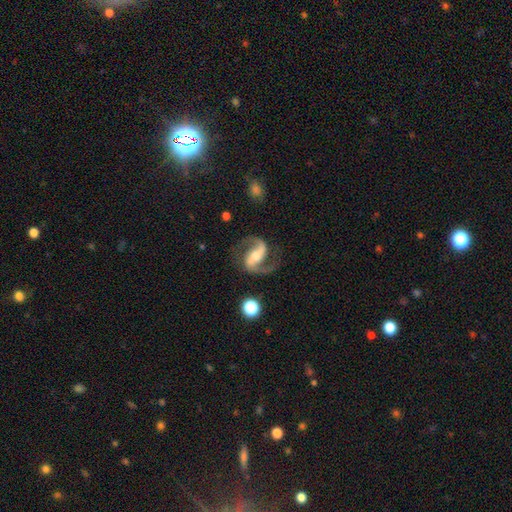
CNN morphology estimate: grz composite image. It shows a featured or disk galaxy (91%) with a strong bar (50%), 2 (93%) medium (57%) spiral arms (98%) and a moderate central bulge (58%). Merging: none (78%).